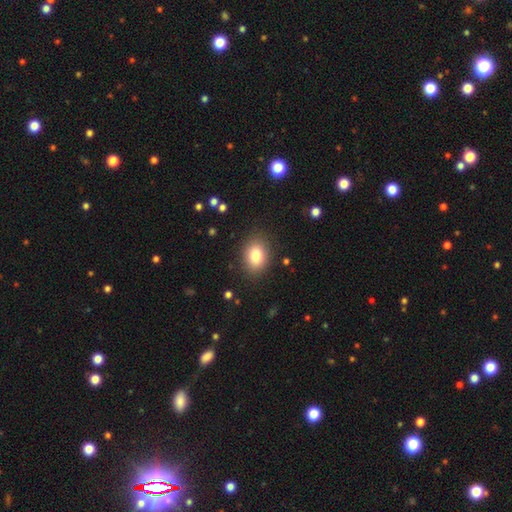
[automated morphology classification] smooth-or-featured: smooth: 81% | star or artifact: 10% | featured or disk: 9%
  how-rounded: in between: 65% | round: 34% | cigar-shaped: 1%
  merging: none: 86% | minor disturbance: 10% | major disturbance: 3% | merger: 1%